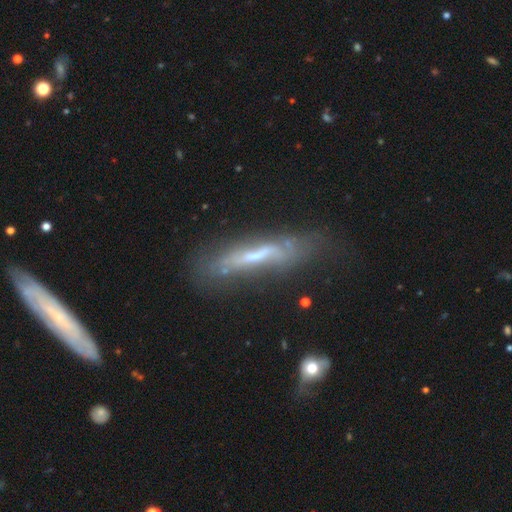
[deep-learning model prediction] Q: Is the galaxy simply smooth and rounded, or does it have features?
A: featured or disk — 64%.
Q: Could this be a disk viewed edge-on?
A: yes — 70%.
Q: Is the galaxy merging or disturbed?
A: none — 60%.